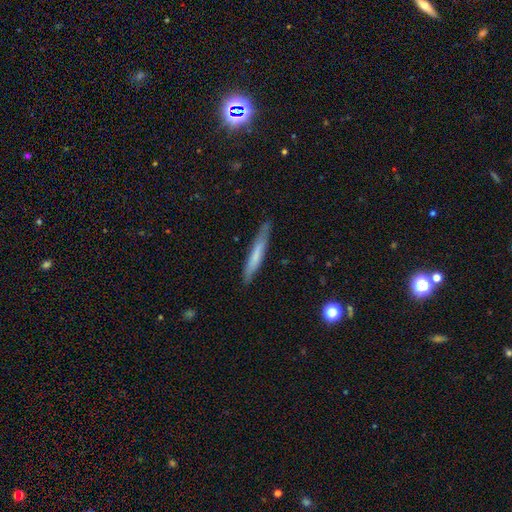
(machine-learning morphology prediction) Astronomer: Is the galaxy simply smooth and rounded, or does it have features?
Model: smooth — 59% (runner-up: featured or disk, 34%).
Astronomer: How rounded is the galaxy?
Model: cigar-shaped — 95%.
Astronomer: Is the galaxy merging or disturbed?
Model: none — 85%.